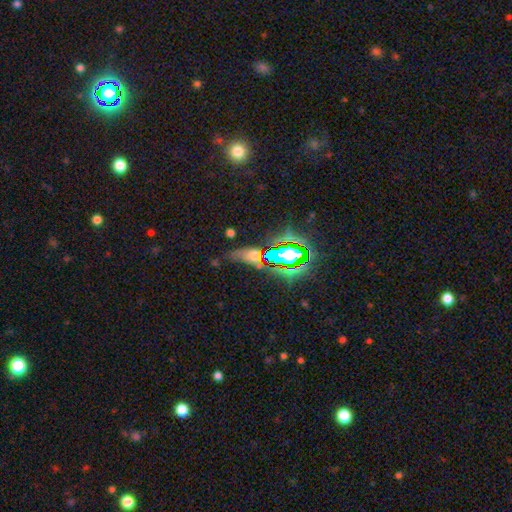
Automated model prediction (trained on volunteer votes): Smooth or featured: star or artifact — 43% (smooth — 41%)